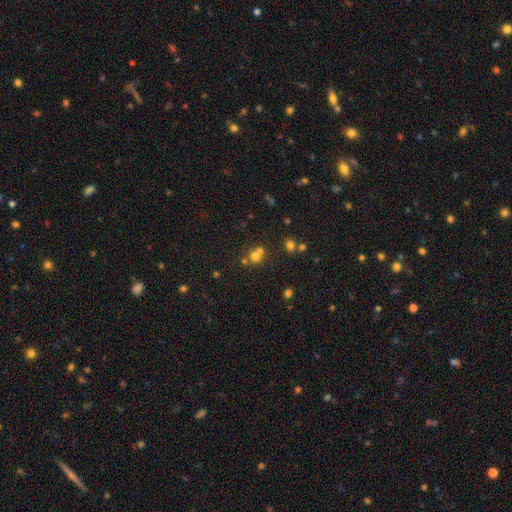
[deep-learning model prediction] The model was most divided on "merging": merger: 46%, none: 44%, minor disturbance: 7%, major disturbance: 3%. More confident: how rounded — round (82%); smooth or featured — smooth (64%).